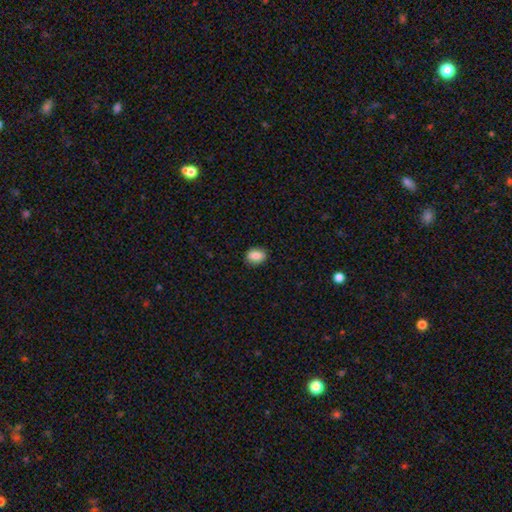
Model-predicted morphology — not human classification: smooth 87%, star or artifact 8%, featured or disk 5%. Down the decision tree: how rounded — in between (64%); merging — none (87%).